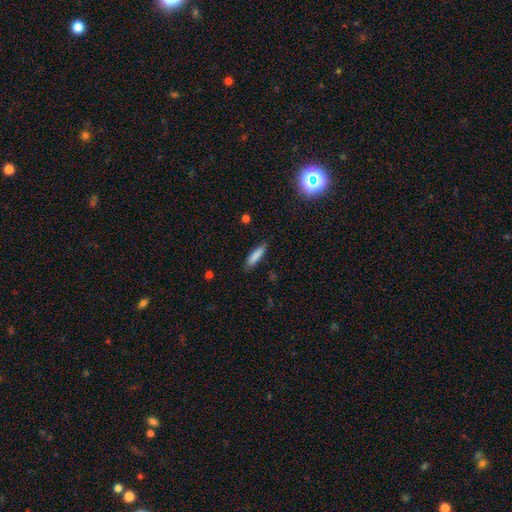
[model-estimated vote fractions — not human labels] Q: Smooth or featured?
A: smooth (84%); runner-up: featured or disk (9%)
Q: How rounded?
A: cigar-shaped (71%); runner-up: in between (27%)
Q: Merging?
A: none (82%); runner-up: minor disturbance (14%)